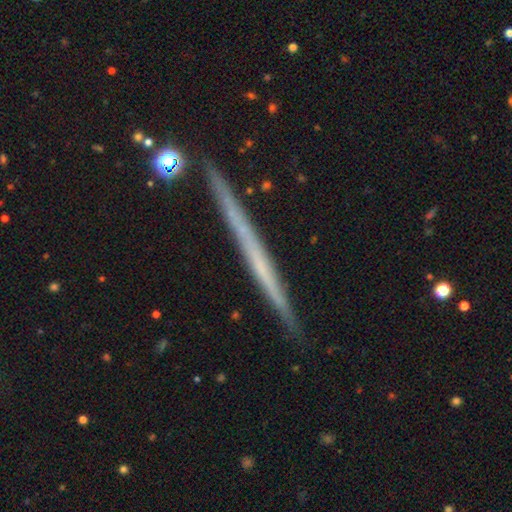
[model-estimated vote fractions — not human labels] Smooth or featured? featured or disk (65%)
Edge-on disk? yes (97%)
Edge-on bulge? none (91%)
Merging? none (90%)